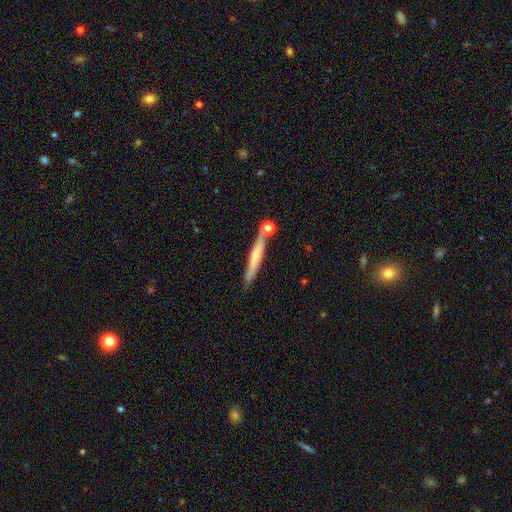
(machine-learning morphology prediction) A smooth galaxy with no disk features (50%). Merging: none (70%).